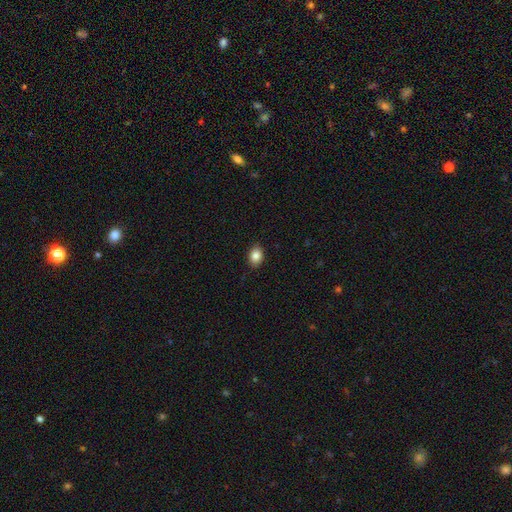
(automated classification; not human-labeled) Smooth or featured? Predicted: smooth (p=0.85). How rounded? Predicted: in between (p=0.74). Merging? Predicted: none (p=0.89).